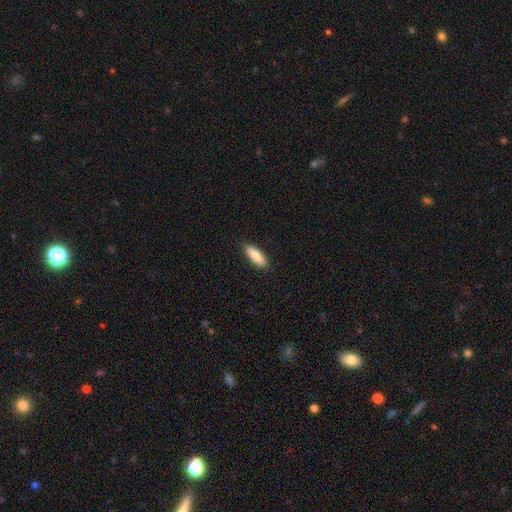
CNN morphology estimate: A smooth galaxy with no disk features (85%) that is cigar-shaped (55%).

Vote fractions:
- Smooth or featured? smooth: 85% / featured or disk: 10% / star or artifact: 6%
- How rounded? cigar-shaped: 55% / in between: 43% / round: 2%
- Merging? none: 89% / minor disturbance: 8% / major disturbance: 2% / merger: 1%